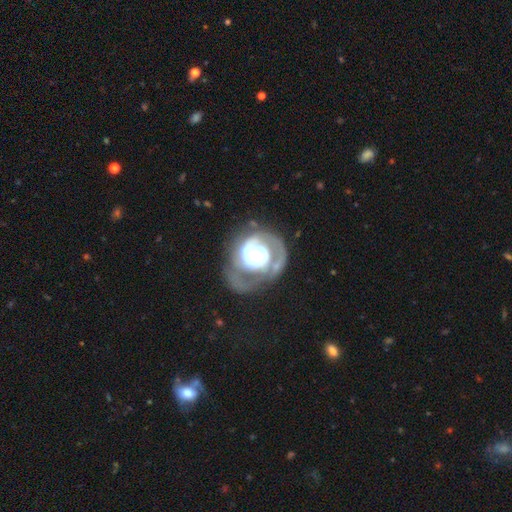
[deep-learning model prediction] This appears to be a featured or disk galaxy (82%) with no bar (79%), 2 (32%, tied with 1) tight (61%) spiral arms (80%) and a moderate central bulge (50%). Merging: none (46%).